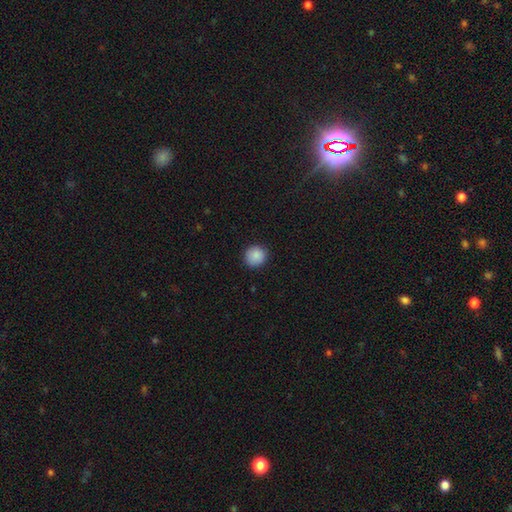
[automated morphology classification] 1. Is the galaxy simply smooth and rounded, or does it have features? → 88% smooth, 9% star or artifact, 3% featured or disk.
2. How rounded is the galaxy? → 93% round, 6% in between, 1% cigar-shaped.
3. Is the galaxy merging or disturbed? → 90% none, 7% minor disturbance, 2% major disturbance, 1% merger.